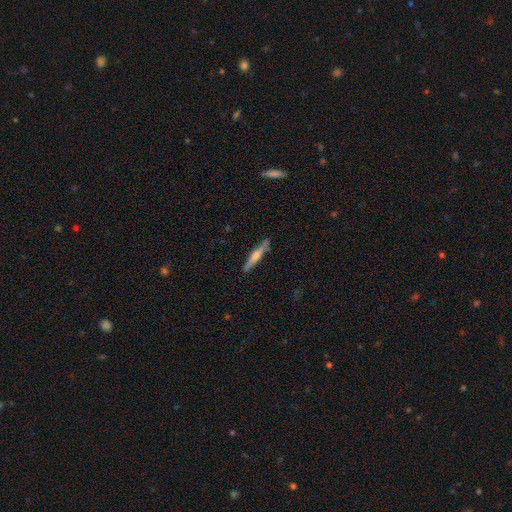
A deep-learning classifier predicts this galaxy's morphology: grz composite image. It shows a featured or disk galaxy (56%) viewed edge-on (96%) with a rounded central bulge (81%). Merging: none (85%).